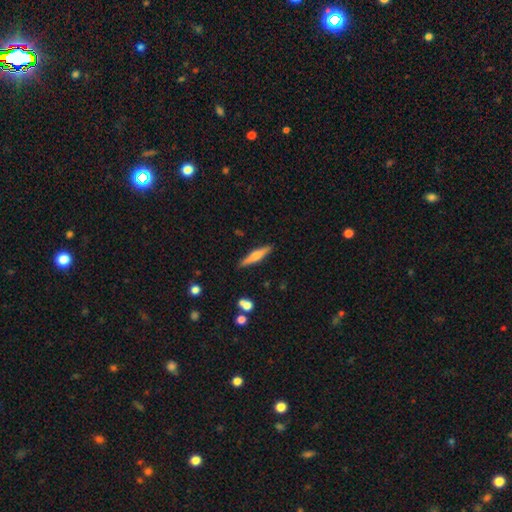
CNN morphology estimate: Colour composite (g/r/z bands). It shows a featured or disk galaxy (55%) viewed edge-on (97%) with a rounded central bulge (84%). Merging: none (90%).